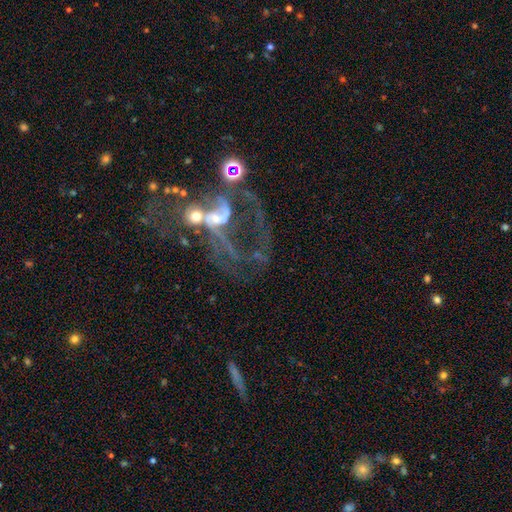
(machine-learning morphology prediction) Smooth or featured?
  - featured or disk: 69% *
  - star or artifact: 19%
  - smooth: 11%
Edge-on disk?
  - no: 95% *
  - yes: 5%
Bar?
  - no: 53% *
  - weak: 30%
  - strong: 17%
Spiral arms?
  - yes: 63% *
  - no: 37%
Bulge size?
  - small: 37% *
  - moderate: 33%
  - none: 23%
  - large: 5%
  - dominant: 2%
Merging?
  - merger: 36% *
  - major disturbance: 34%
  - none: 21%
  - minor disturbance: 9%